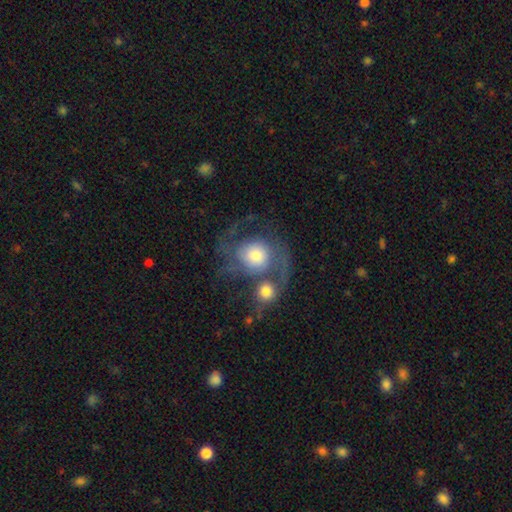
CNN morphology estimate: The model was most divided on "spiral winding": medium: 42%, loose: 37%, tight: 21%. Remaining: edge-on disk — no (97%); spiral arms — yes (84%); bar — no (78%); spiral arm count — 2 (63%); smooth or featured — featured or disk (62%); merging — merger (45%); bulge size — moderate (43%).